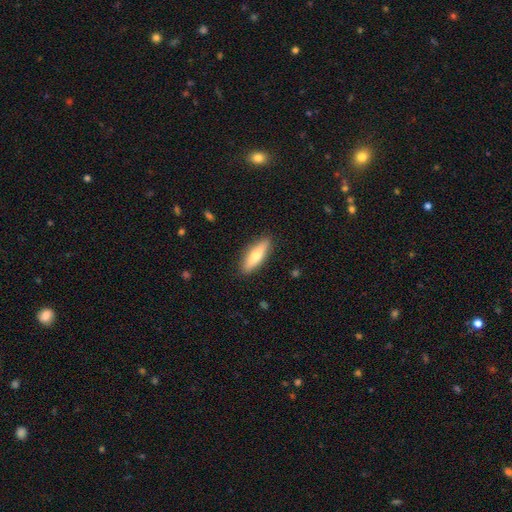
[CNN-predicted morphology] type=smooth (62%); roundness=cigar-shaped (61%); merging=none (89%).